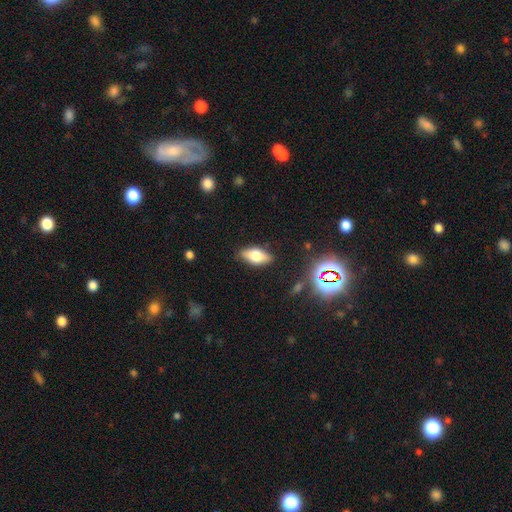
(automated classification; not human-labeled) Smooth or featured? Predicted: smooth (p=0.66). How rounded? Predicted: in between (p=0.84). Merging? Predicted: none (p=0.84).